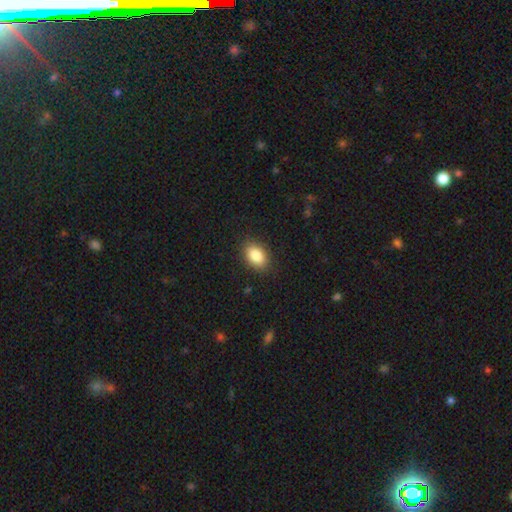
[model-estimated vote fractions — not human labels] This appears to be a smooth galaxy with no disk features (86%) that is in between round and cigar-shaped (87%). Merging: none (87%).